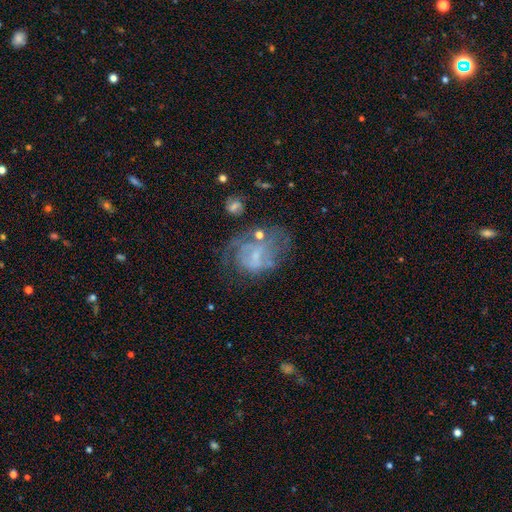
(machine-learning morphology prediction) smooth-or-featured: featured or disk: 62% | smooth: 26% | star or artifact: 12%
  disk-edge-on: no: 97% | yes: 3%
    bar: no: 55% | weak: 37% | strong: 8%
    has-spiral-arms: yes: 54% | no: 46%
    bulge-size: small: 42% | none: 36% | moderate: 19% | large: 2% | dominant: 1%
  merging: major disturbance: 36% | none: 33% | minor disturbance: 22% | merger: 9%